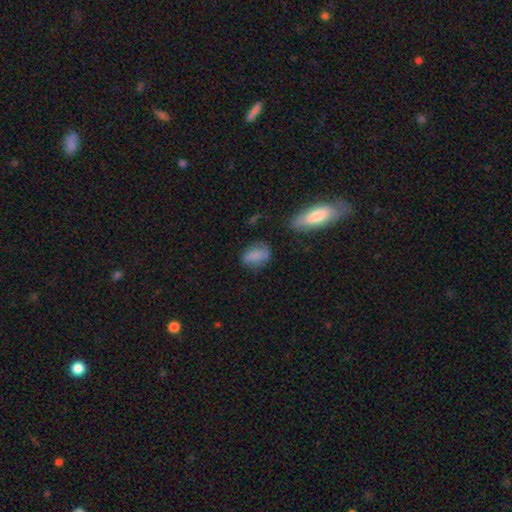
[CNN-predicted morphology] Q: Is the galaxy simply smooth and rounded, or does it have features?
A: smooth — 72%.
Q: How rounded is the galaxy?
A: in between — 78%.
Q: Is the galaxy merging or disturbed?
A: none — 58%.